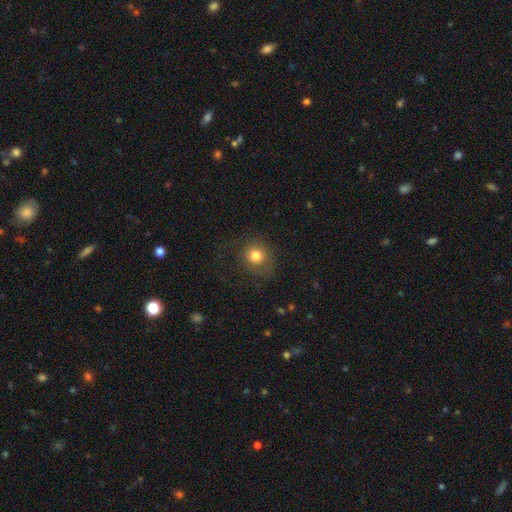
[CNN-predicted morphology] type=smooth (78%); roundness=round (83%); merging=none (71%).